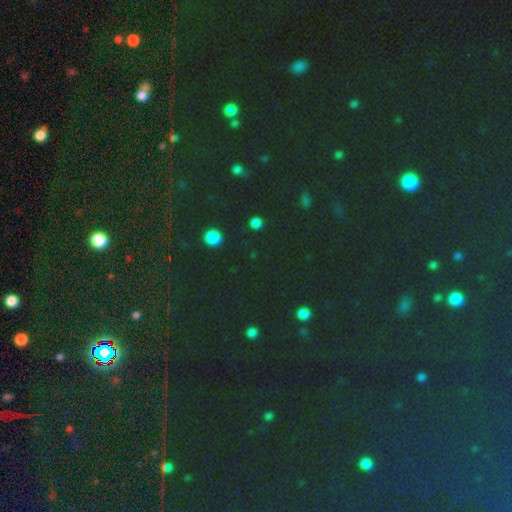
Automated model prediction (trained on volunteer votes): Smooth or featured?
  - star or artifact: 74% *
  - smooth: 19%
  - featured or disk: 7%